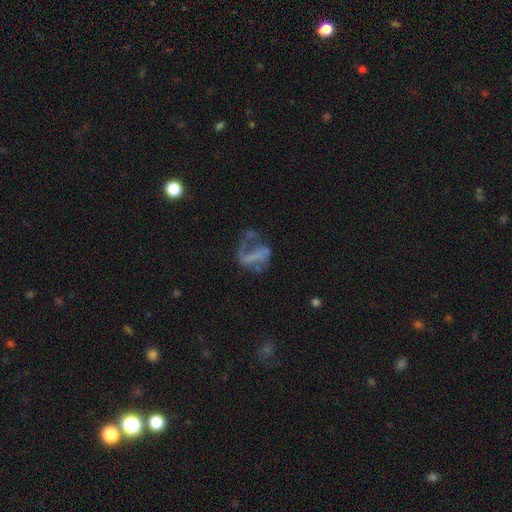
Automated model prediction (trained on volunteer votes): This is possibly a featured or disk galaxy (58%). It is clearly not viewed edge-on (97%). Bar: possibly no (57%). Spiral arm pattern: possibly no (53%). Central bulge: likely none (78%). Merging: possibly major disturbance (50%).